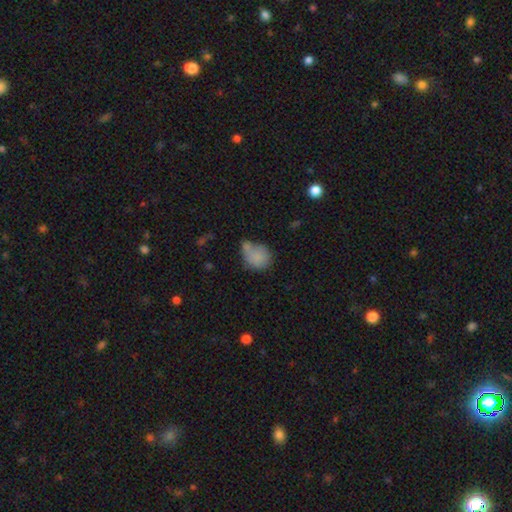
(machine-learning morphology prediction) Smooth or featured? smooth (80%)
How rounded? round (65%)
Merging? none (39%)